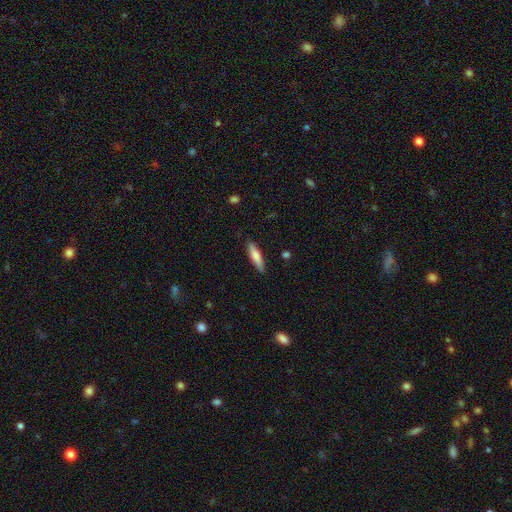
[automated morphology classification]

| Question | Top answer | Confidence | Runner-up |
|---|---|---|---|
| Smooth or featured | smooth | 75% | featured or disk (20%) |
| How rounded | cigar-shaped | 74% | in between (24%) |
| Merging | none | 87% | minor disturbance (10%) |